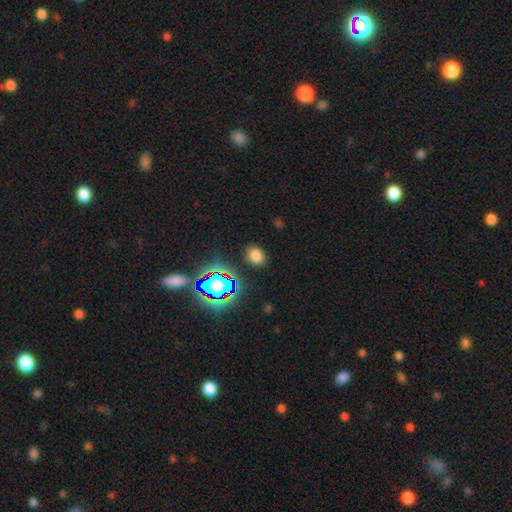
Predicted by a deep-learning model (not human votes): Morphology: type=smooth (72%); roundness=in between (60%); merging=none (85%).